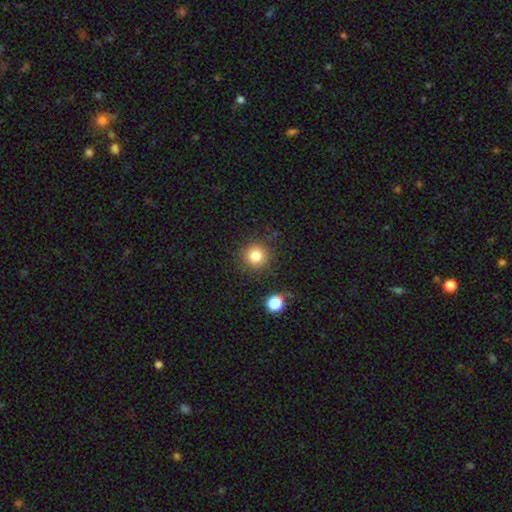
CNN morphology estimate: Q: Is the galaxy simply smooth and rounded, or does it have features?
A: smooth — 82%.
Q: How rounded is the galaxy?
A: round — 94%.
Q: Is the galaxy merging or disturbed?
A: none — 87%.